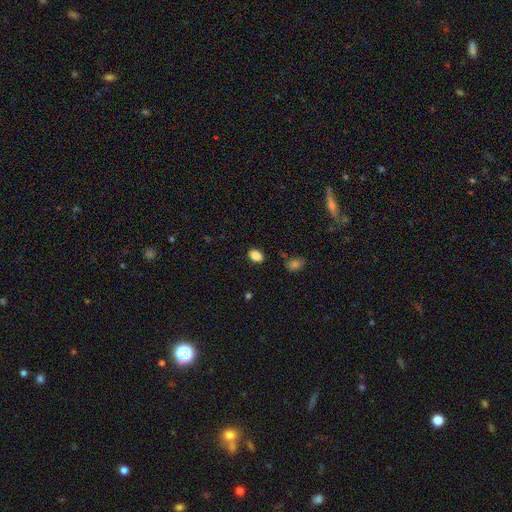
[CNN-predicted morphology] A smooth galaxy with no disk features (87%) that is in between round and cigar-shaped (82%).

Vote fractions:
- Smooth or featured? smooth: 87% / star or artifact: 9% / featured or disk: 3%
- How rounded? in between: 82% / round: 17% / cigar-shaped: 1%
- Merging? none: 85% / minor disturbance: 11% / major disturbance: 3% / merger: 2%